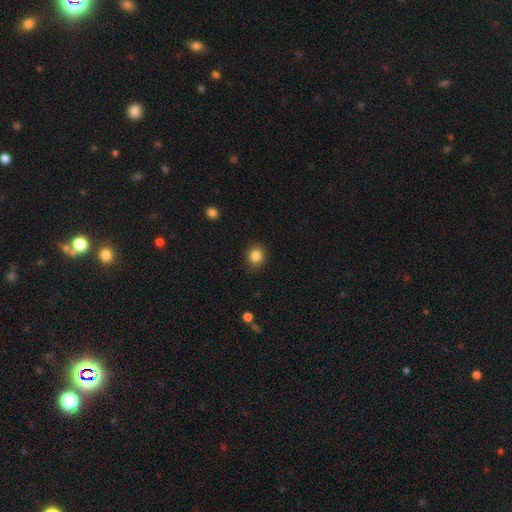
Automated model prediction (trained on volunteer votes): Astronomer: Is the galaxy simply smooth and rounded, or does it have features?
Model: smooth — 85%.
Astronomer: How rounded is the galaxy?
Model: round — 75%.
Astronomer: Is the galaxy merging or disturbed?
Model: none — 86%.